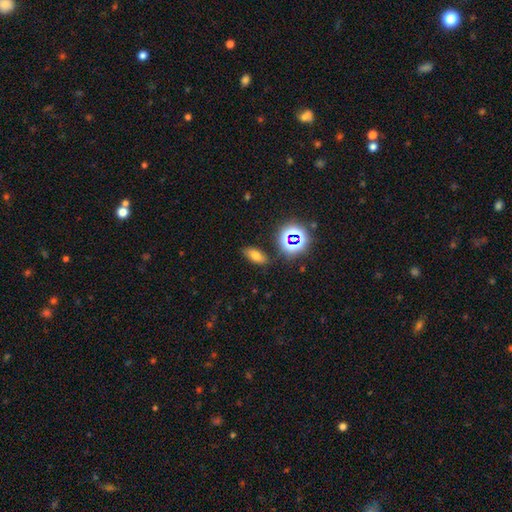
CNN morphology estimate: Smooth or featured?
  - smooth: 67% *
  - star or artifact: 22%
  - featured or disk: 11%
How rounded?
  - in between: 81% *
  - cigar-shaped: 10%
  - round: 8%
Merging?
  - none: 82% *
  - minor disturbance: 11%
  - major disturbance: 3%
  - merger: 3%